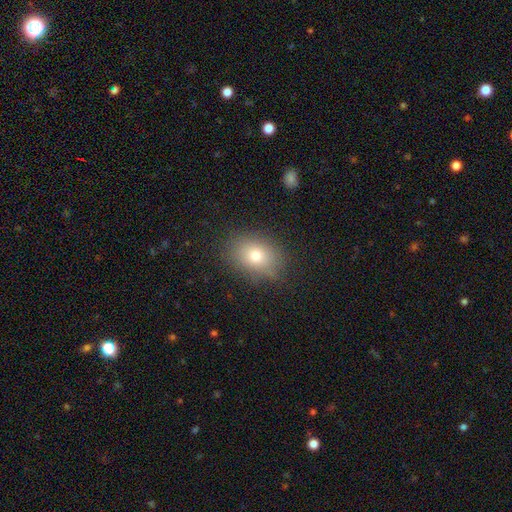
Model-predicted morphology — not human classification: Smooth or featured?
  - smooth: 75% *
  - star or artifact: 12%
  - featured or disk: 12%
How rounded?
  - in between: 66% *
  - round: 33%
  - cigar-shaped: 1%
Merging?
  - none: 83% *
  - minor disturbance: 12%
  - major disturbance: 4%
  - merger: 1%